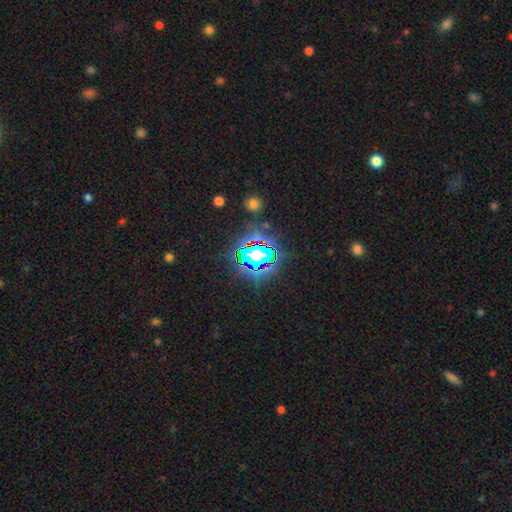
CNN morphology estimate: type=star or artifact (77%).